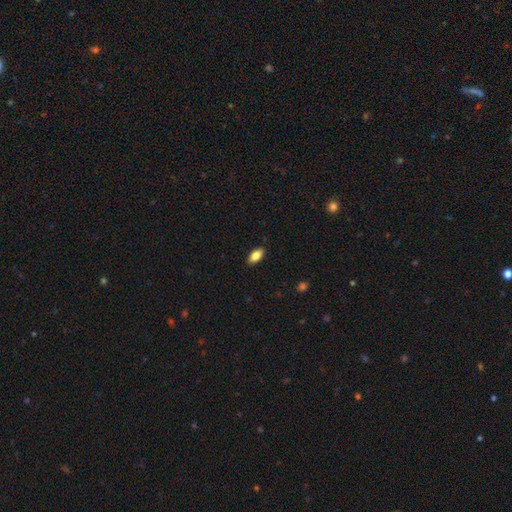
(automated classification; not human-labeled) A smooth galaxy with no disk features (85%) that is in between round and cigar-shaped (91%).

Vote fractions:
- Smooth or featured? smooth: 85% / featured or disk: 8% / star or artifact: 8%
- How rounded? in between: 91% / cigar-shaped: 6% / round: 3%
- Merging? none: 89% / minor disturbance: 9% / major disturbance: 2% / merger: 1%